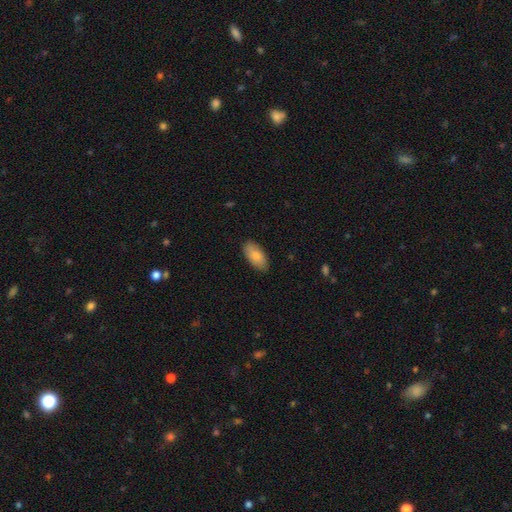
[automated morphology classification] Overall: smooth (81%). How rounded: in between (92%). Merging: none (85%).